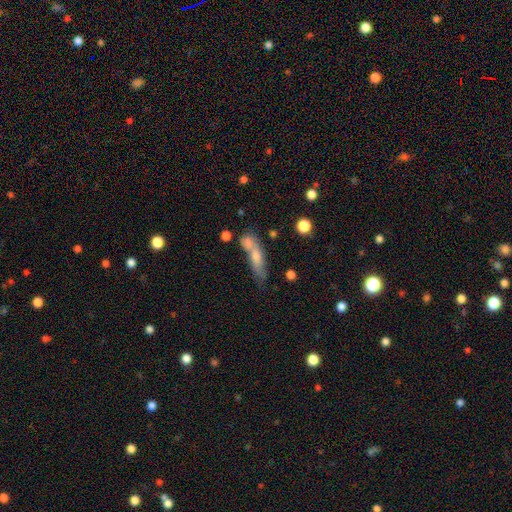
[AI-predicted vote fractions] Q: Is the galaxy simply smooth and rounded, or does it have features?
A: smooth — 56%.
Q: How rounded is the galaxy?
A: cigar-shaped — 62%.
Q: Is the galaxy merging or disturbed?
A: none — 38%.